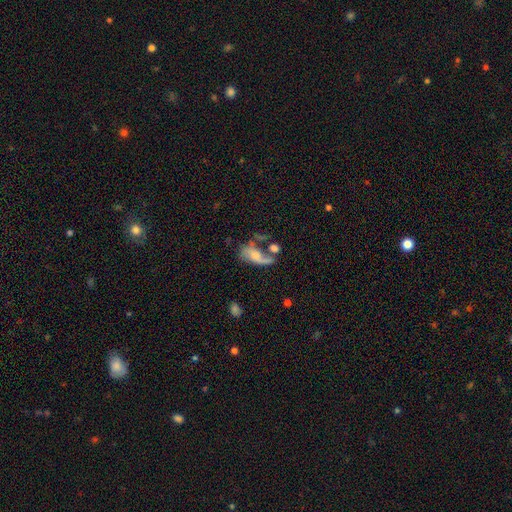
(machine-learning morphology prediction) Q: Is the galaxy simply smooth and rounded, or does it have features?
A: featured or disk — 49%.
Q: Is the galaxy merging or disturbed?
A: major disturbance — 31%, tied with merger.